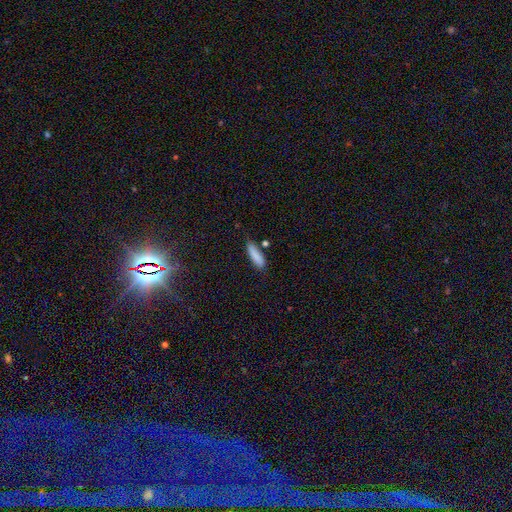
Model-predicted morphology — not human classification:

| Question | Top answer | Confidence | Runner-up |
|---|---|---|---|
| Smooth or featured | smooth | 86% | star or artifact (7%) |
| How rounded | cigar-shaped | 65% | in between (33%) |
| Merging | none | 76% | minor disturbance (15%) |